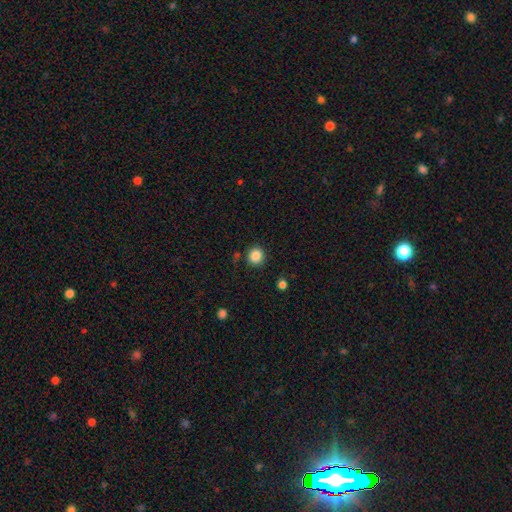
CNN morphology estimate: Smooth or featured?
  - smooth: 86% *
  - star or artifact: 10%
  - featured or disk: 4%
How rounded?
  - round: 88% *
  - in between: 11%
  - cigar-shaped: 1%
Merging?
  - none: 84% *
  - minor disturbance: 10%
  - merger: 3%
  - major disturbance: 3%